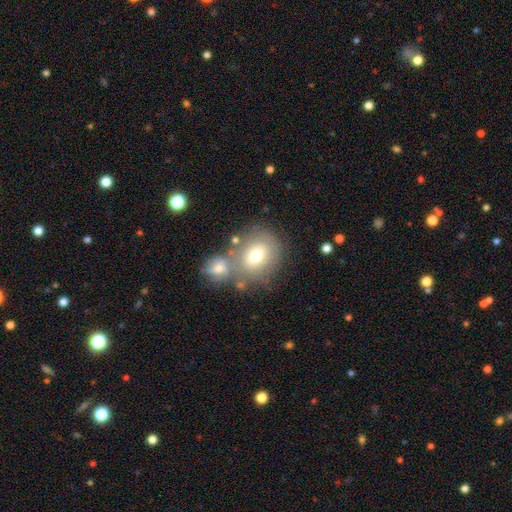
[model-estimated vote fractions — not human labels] Overall: smooth (68%). How rounded: round (65%; in between 34%). Merging: none (47%; merger 34%).